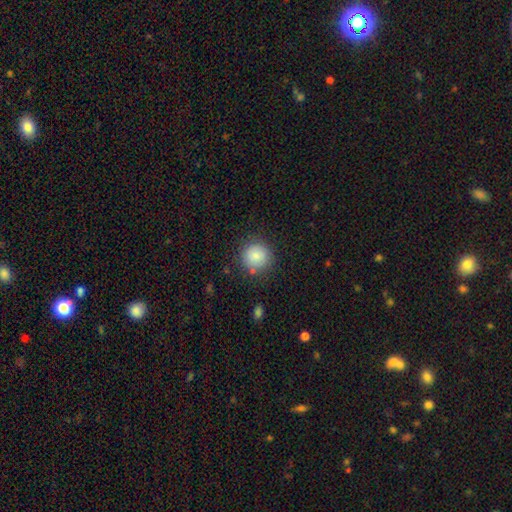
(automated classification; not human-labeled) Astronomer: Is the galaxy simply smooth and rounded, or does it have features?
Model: smooth — 84%.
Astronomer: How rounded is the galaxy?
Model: round — 92%.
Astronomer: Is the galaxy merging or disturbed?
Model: none — 84%.